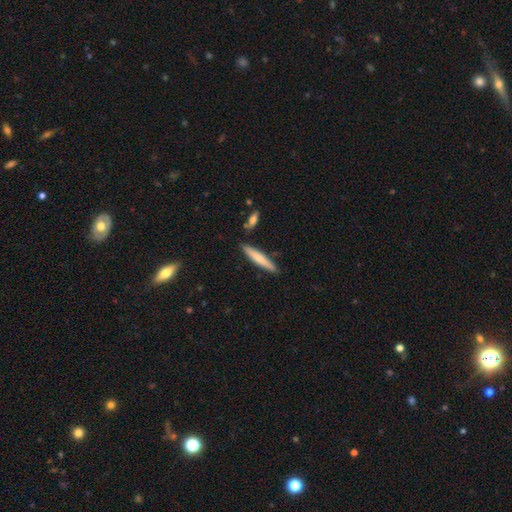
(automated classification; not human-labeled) smooth 64%, featured or disk 30%, star or artifact 6%. Down the decision tree: how rounded — cigar-shaped (92%); merging — none (88%).